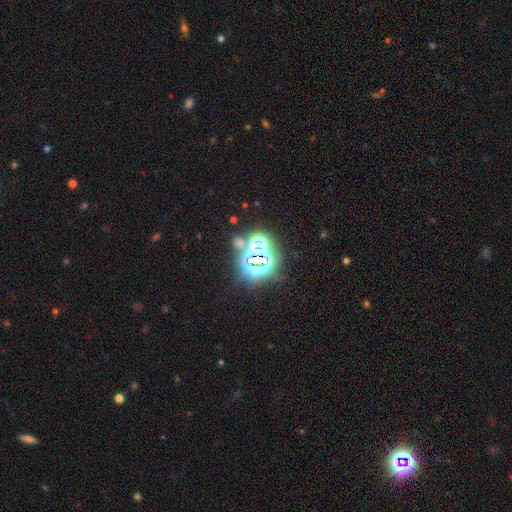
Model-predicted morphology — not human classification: The model was most divided on "smooth or featured": star or artifact: 77%, smooth: 13%, featured or disk: 10%.